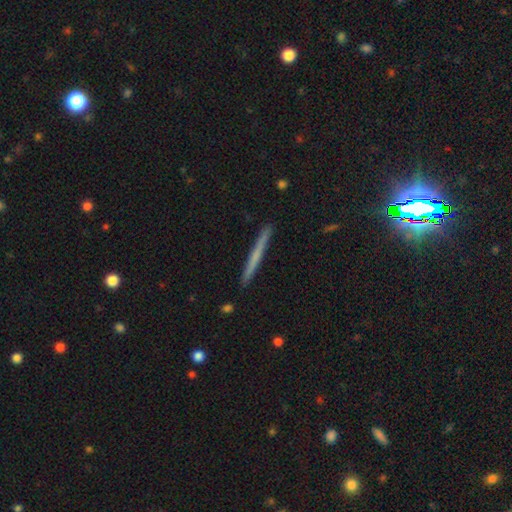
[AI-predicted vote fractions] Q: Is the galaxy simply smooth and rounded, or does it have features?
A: smooth — 52%.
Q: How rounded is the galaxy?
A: cigar-shaped — 97%.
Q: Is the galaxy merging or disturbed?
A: none — 92%.